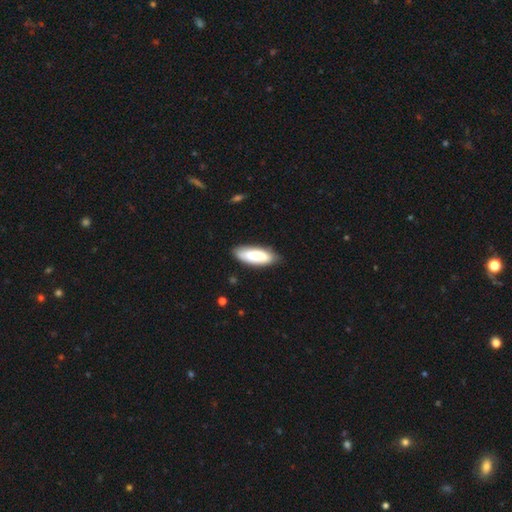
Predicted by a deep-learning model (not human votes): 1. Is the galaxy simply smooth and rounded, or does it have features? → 82% smooth, 13% featured or disk, 6% star or artifact.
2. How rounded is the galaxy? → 73% in between, 25% cigar-shaped, 2% round.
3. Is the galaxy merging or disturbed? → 79% none, 16% minor disturbance, 3% major disturbance, 2% merger.